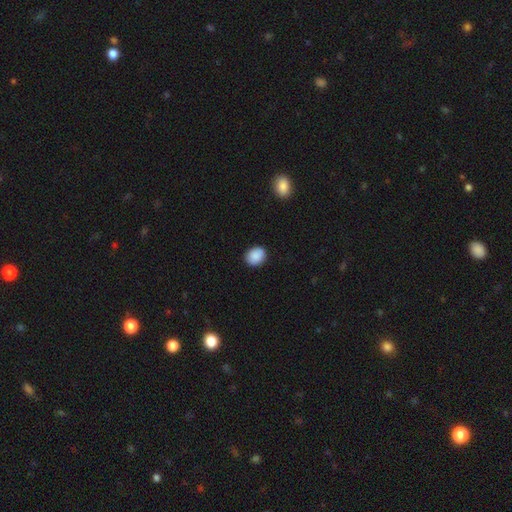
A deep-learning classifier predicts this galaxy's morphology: This appears to be a smooth galaxy with no disk features (89%) that is round (58%). Merging: none (89%).